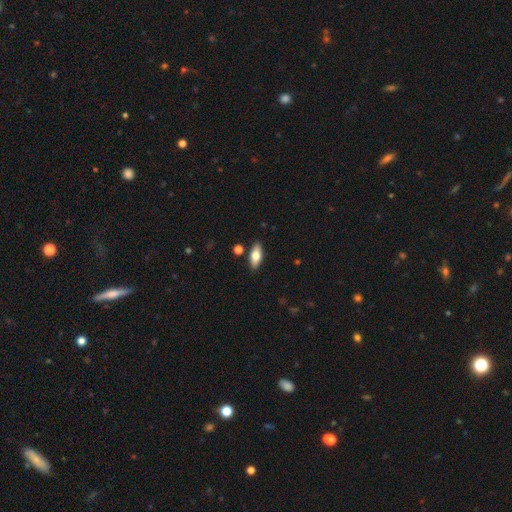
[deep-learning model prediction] The model was most divided on "smooth or featured": smooth: 69%, featured or disk: 24%, star or artifact: 7%. More confident: merging — none (86%); how rounded — in between (78%).